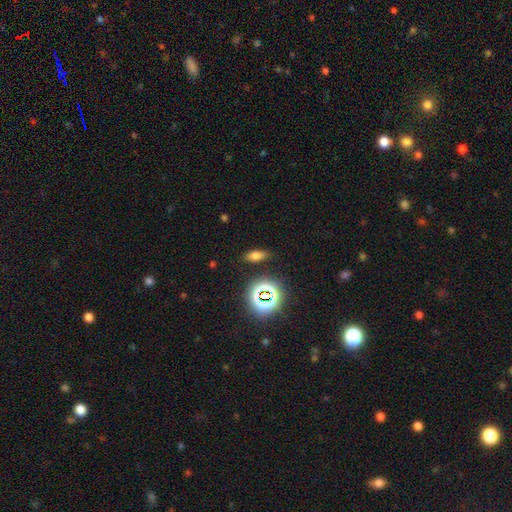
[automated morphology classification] This appears to be a smooth galaxy with no disk features (65%) that is in between round and cigar-shaped (72%). Merging: none (84%).